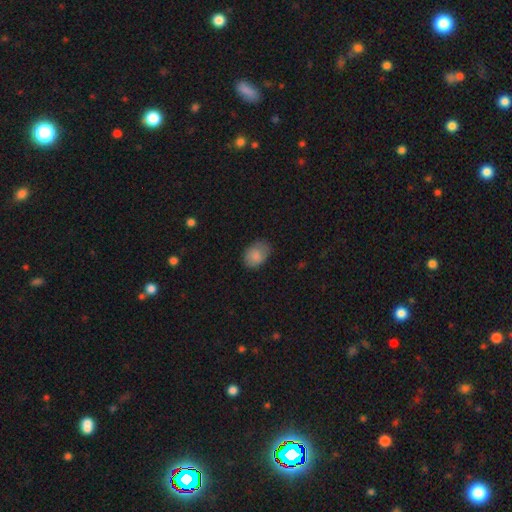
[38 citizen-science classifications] Q: Smooth or featured?
A: smooth (95%); runner-up: featured or disk (5%)
Q: How rounded?
A: in between (69%); runner-up: round (31%)
Q: Merging?
A: none (84%); runner-up: minor disturbance (13%)